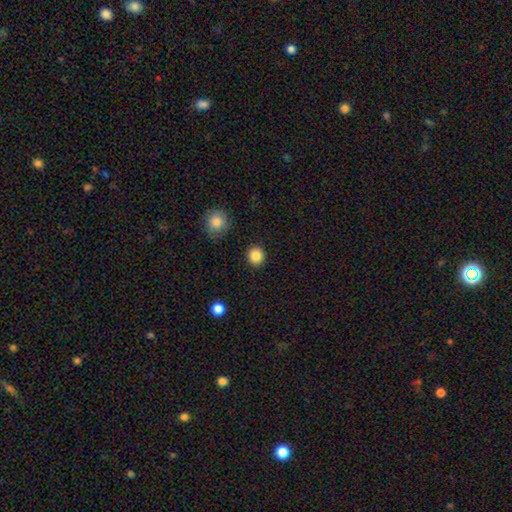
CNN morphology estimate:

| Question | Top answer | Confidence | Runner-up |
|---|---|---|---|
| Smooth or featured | smooth | 87% | star or artifact (9%) |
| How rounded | round | 91% | in between (8%) |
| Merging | none | 92% | minor disturbance (5%) |